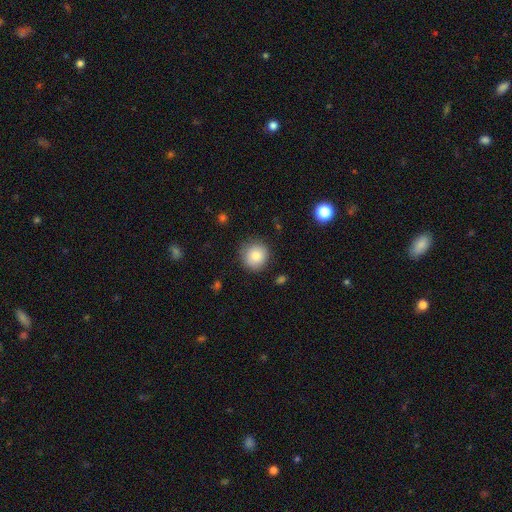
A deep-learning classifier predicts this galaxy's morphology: type=smooth (83%); roundness=round (93%); merging=none (86%).